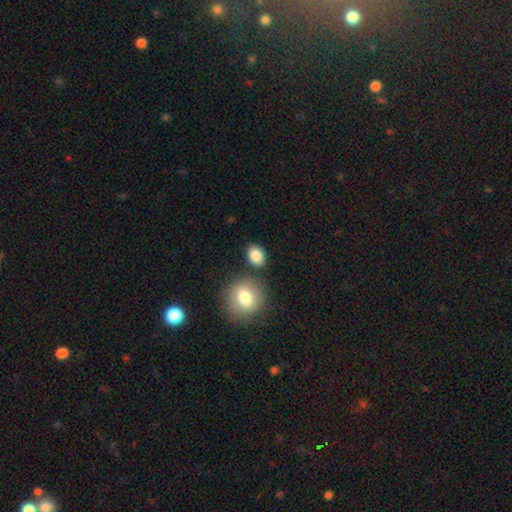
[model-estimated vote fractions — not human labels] A smooth galaxy with no disk features (86%) that is in between round and cigar-shaped (65%). Merging: none (78%).